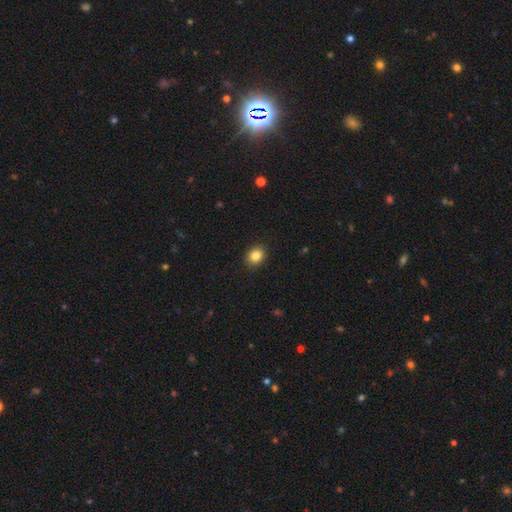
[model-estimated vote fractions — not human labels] Overall: smooth (85%). How rounded: round (58%; in between 41%). Merging: none (90%).